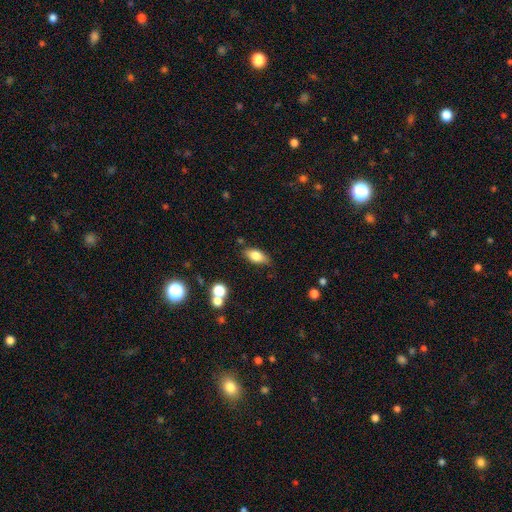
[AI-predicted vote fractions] Smooth or featured? Predicted: smooth (p=0.78). How rounded? Predicted: in between (p=0.87). Merging? Predicted: none (p=0.78).